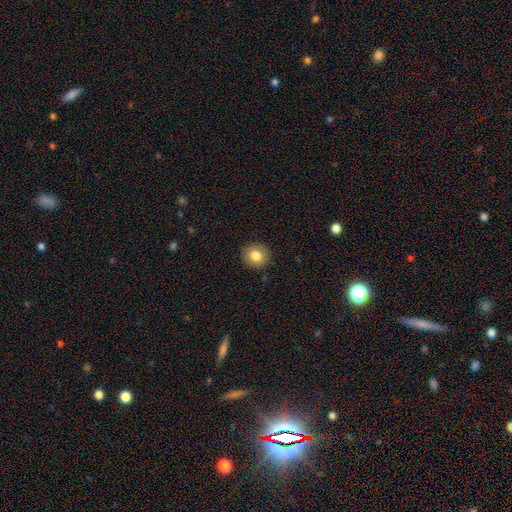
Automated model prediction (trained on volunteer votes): Morphology: type=smooth (81%); roundness=round (85%); merging=none (91%).